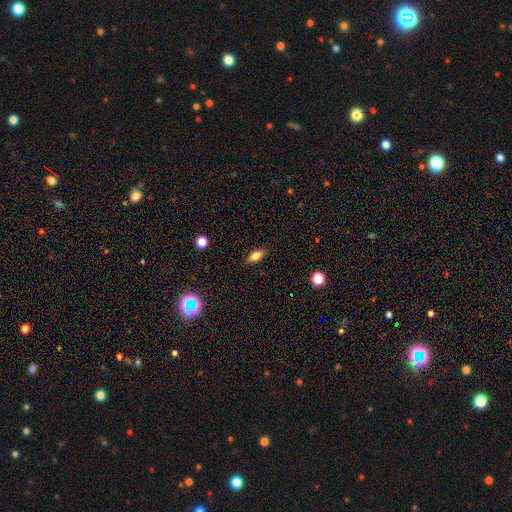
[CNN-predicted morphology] Smooth or featured: smooth — 79% (featured or disk — 11%)
How rounded: in between — 81% (cigar-shaped — 13%)
Merging: none — 86% (minor disturbance — 10%)